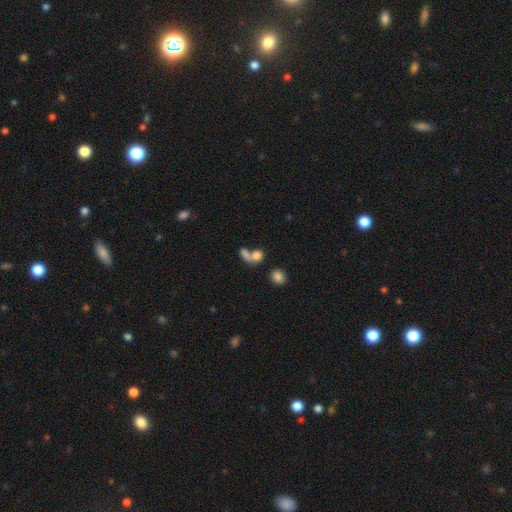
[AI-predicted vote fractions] The model was most divided on "how rounded": round: 52%, in between: 44%, cigar-shaped: 4%. More confident: smooth or featured — smooth (71%); merging — merger (55%).